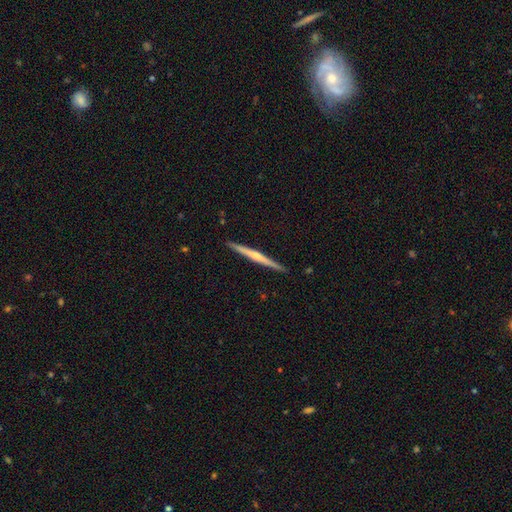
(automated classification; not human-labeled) Overall: featured or disk (67%; smooth 28%). Edge-on disk: yes (98%). Edge-on bulge: rounded (56%; none 37%). Merging: none (92%).